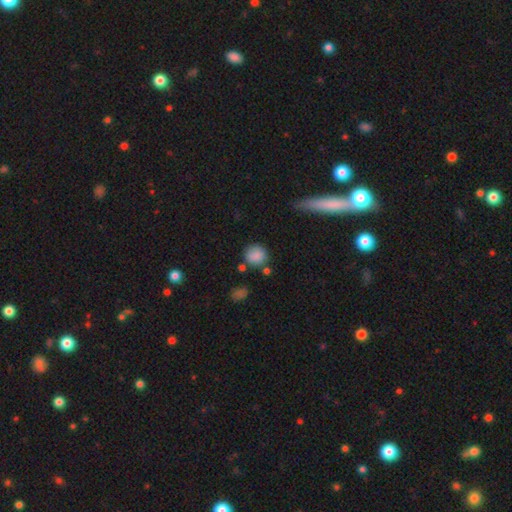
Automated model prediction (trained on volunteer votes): A smooth galaxy with no disk features (84%) that is round (86%). Merging: none (73%).